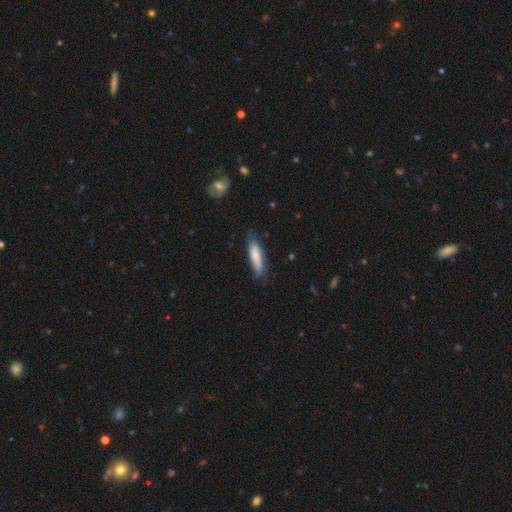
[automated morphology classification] Overall: smooth (75%). How rounded: cigar-shaped (68%; in between 30%). Merging: none (69%).